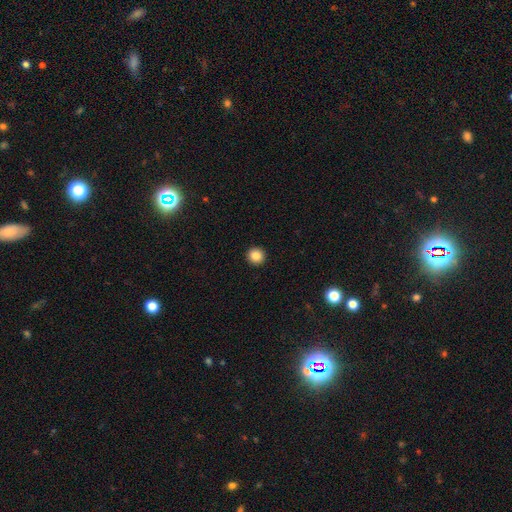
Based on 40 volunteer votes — smooth-or-featured: smooth: 82% | star or artifact: 12% | featured or disk: 5%
  how-rounded: round: 100% | in between: 0% | cigar-shaped: 0%
  merging: none: 91% | minor disturbance: 3% | major disturbance: 3% | merger: 3%